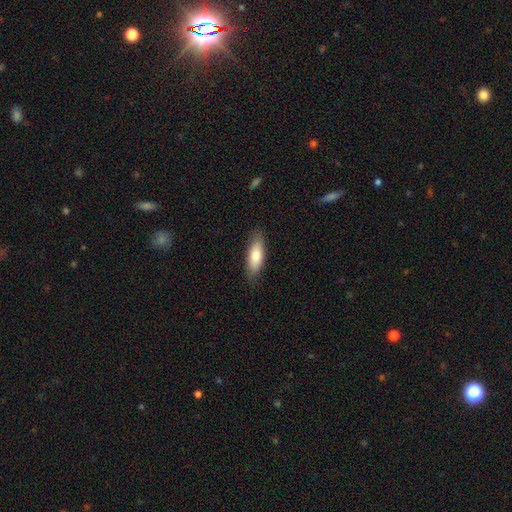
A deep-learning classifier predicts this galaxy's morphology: Smooth or featured? Predicted: smooth (p=0.77). How rounded? Predicted: in between (p=0.64). Merging? Predicted: none (p=0.84).